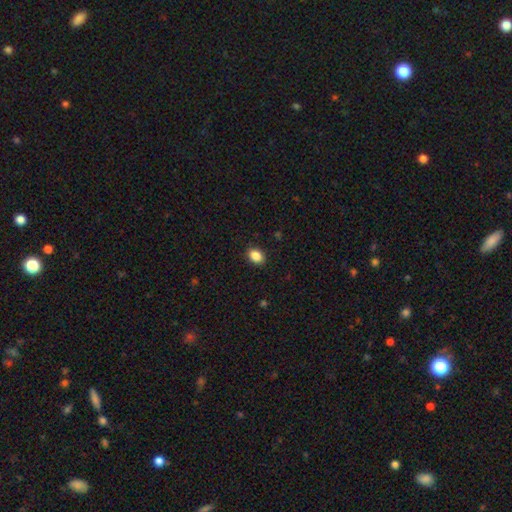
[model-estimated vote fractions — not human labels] The model was most divided on "how rounded": in between: 73%, round: 26%, cigar-shaped: 1%. More confident: merging — none (90%); smooth or featured — smooth (88%).